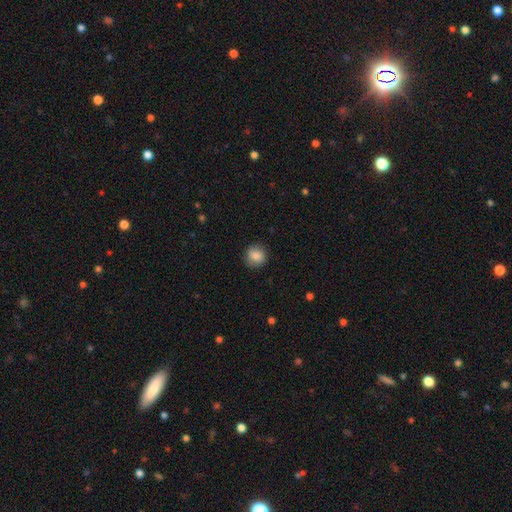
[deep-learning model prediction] Smooth or featured?
  - smooth: 83% *
  - star or artifact: 8%
  - featured or disk: 8%
How rounded?
  - round: 87% *
  - in between: 12%
  - cigar-shaped: 1%
Merging?
  - none: 85% *
  - minor disturbance: 12%
  - major disturbance: 3%
  - merger: 1%